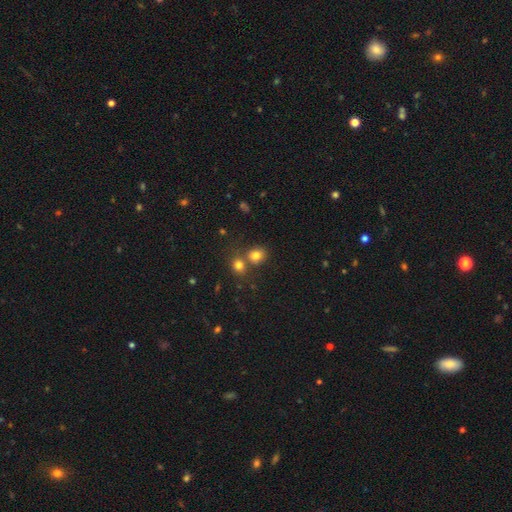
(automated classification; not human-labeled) Q: Smooth or featured?
A: smooth (79%); runner-up: star or artifact (14%)
Q: How rounded?
A: round (74%); runner-up: in between (25%)
Q: Merging?
A: none (57%); runner-up: merger (31%)